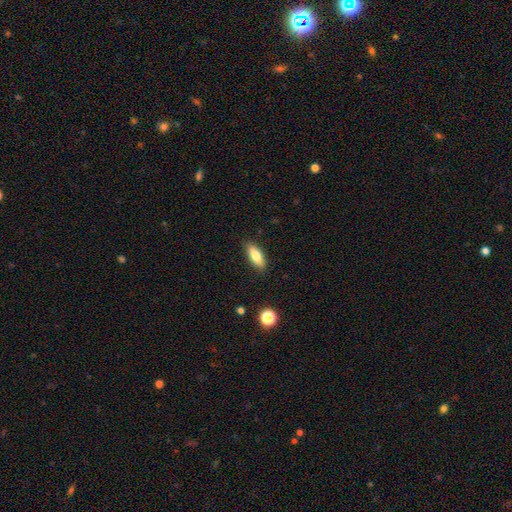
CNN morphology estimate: This appears to be a smooth galaxy with no disk features (78%) that is in between round and cigar-shaped (70%). Merging: none (87%).